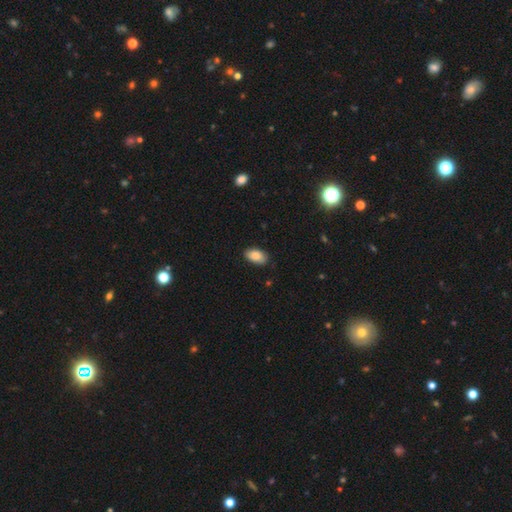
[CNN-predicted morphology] Smooth or featured? smooth (87%)
How rounded? in between (94%)
Merging? none (85%)